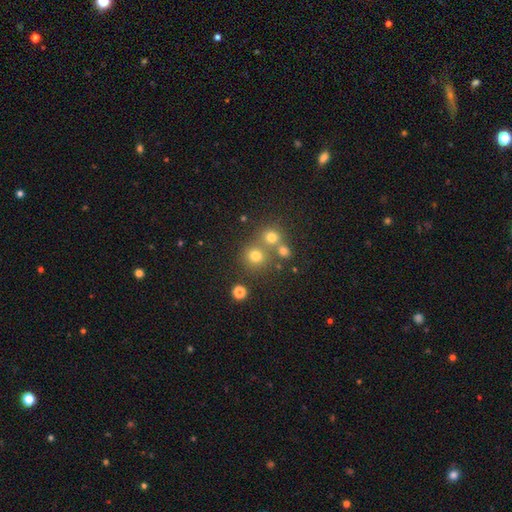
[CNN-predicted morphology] smooth 73%, star or artifact 19%, featured or disk 8%. Down the decision tree: how rounded — round (89%); merging — none (63%).